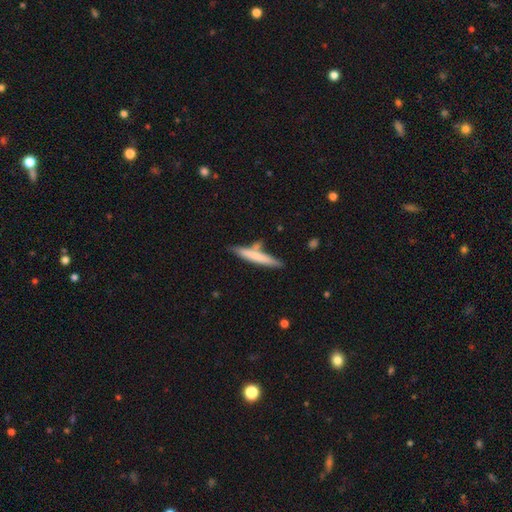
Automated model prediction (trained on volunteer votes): A smooth galaxy with no disk features (66%) that is cigar-shaped (93%).

Vote fractions:
- Smooth or featured? smooth: 66% / featured or disk: 28% / star or artifact: 5%
- How rounded? cigar-shaped: 93% / in between: 6% / round: 1%
- Merging? none: 71% / minor disturbance: 14% / merger: 12% / major disturbance: 3%